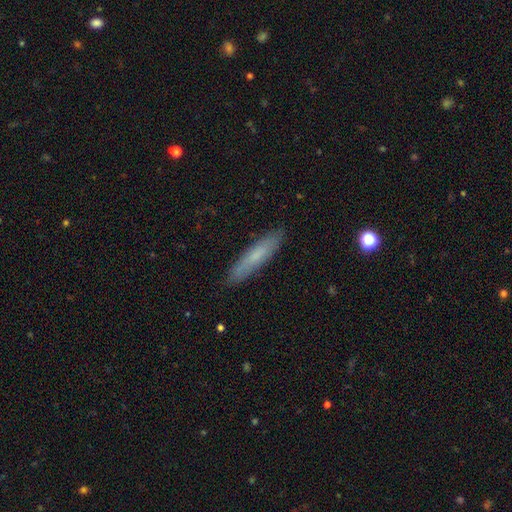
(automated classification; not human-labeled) This is likely a smooth galaxy (66%). How rounded: clearly cigar-shaped (86%). Merging: clearly none (88%).